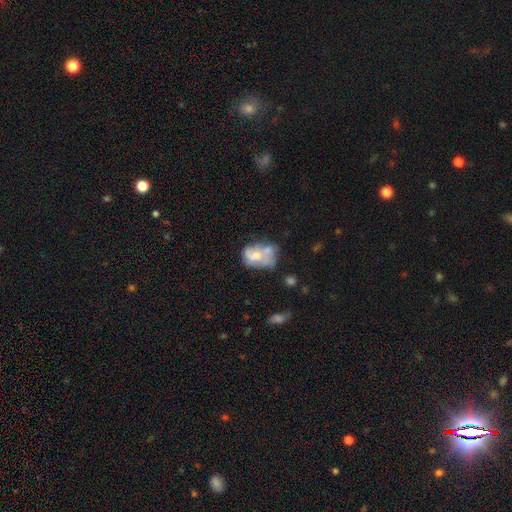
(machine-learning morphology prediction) smooth-or-featured: featured or disk: 49% | smooth: 42% | star or artifact: 9%
  merging: merger: 36% | none: 23% | major disturbance: 21% | minor disturbance: 20%